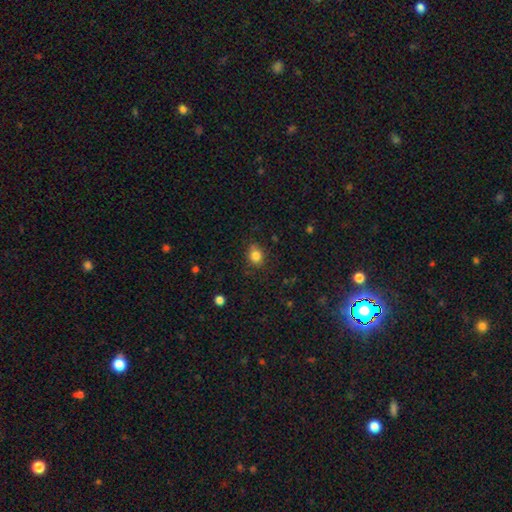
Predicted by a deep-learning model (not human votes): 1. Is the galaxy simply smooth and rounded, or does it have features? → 83% smooth, 11% star or artifact, 6% featured or disk.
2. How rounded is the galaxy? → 50% in between, 49% round, 1% cigar-shaped.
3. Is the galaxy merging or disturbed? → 76% none, 19% minor disturbance, 4% major disturbance, 1% merger.